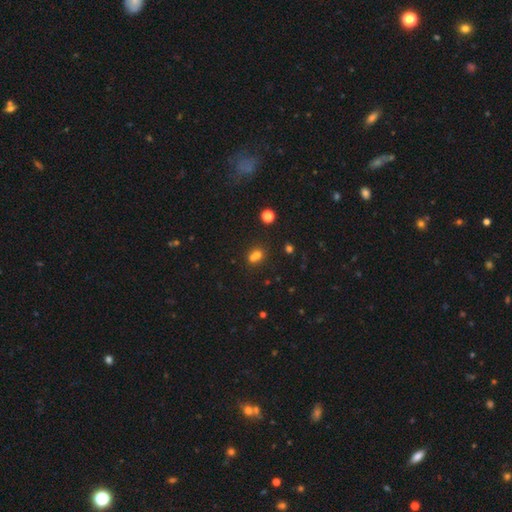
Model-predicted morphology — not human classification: Q: Smooth or featured?
A: smooth (64%); runner-up: star or artifact (20%)
Q: How rounded?
A: round (71%); runner-up: in between (28%)
Q: Merging?
A: merger (56%); runner-up: none (34%)